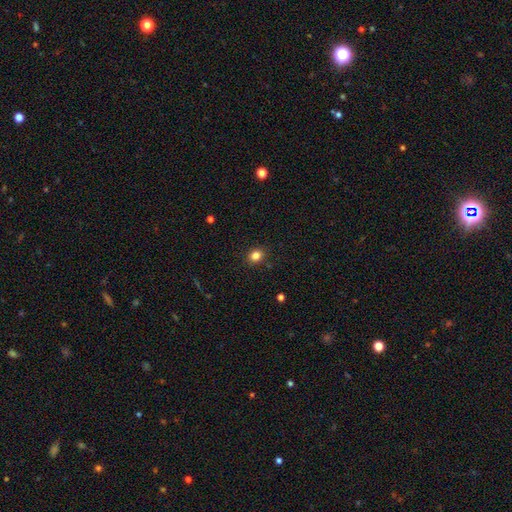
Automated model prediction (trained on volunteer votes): Smooth or featured? Predicted: smooth (p=0.83). How rounded? Predicted: round (p=0.61). Merging? Predicted: none (p=0.89).